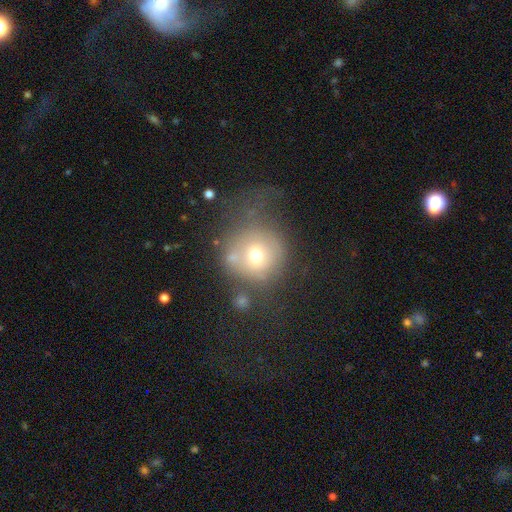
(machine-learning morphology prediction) A smooth galaxy with no disk features (63%) that is round (90%). Merging: none (42%).